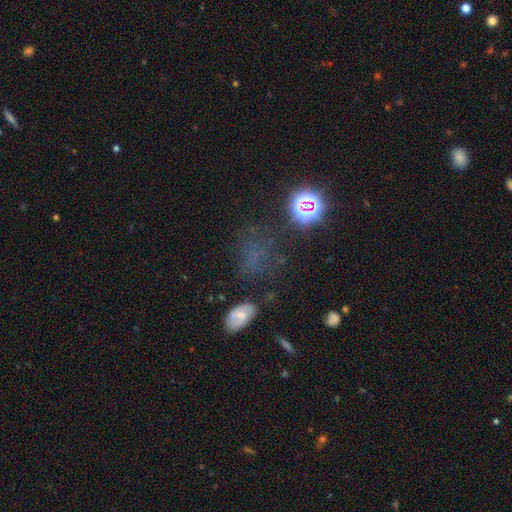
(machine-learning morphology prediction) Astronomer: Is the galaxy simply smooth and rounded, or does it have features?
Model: star or artifact — 44% (runner-up: smooth, 40%).